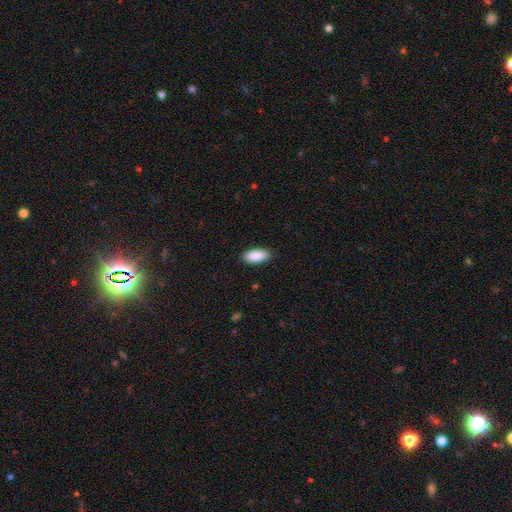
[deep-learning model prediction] smooth-or-featured: smooth: 90% | star or artifact: 6% | featured or disk: 4%
  how-rounded: in between: 91% | cigar-shaped: 7% | round: 2%
  merging: none: 89% | minor disturbance: 9% | major disturbance: 2% | merger: 1%